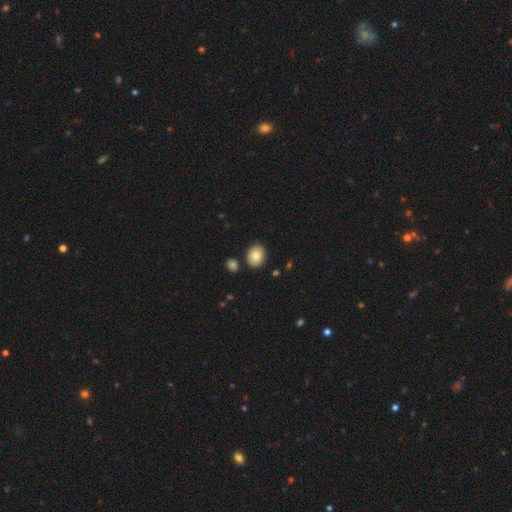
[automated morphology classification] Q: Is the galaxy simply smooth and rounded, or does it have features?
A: smooth — 80%.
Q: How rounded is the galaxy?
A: in between — 52%.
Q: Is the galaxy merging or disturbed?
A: none — 85%.